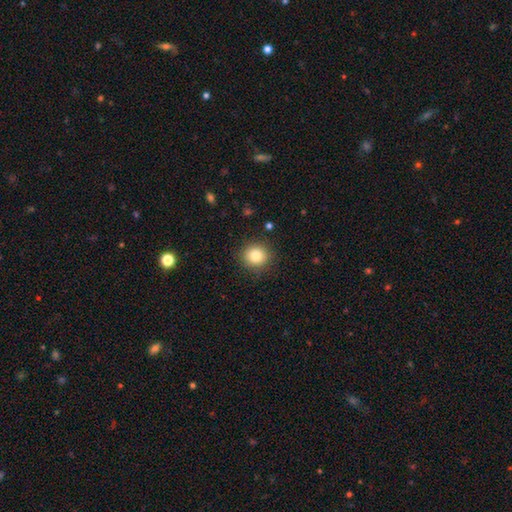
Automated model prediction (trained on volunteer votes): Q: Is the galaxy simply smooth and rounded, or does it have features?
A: smooth — 81%.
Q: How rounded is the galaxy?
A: round — 87%.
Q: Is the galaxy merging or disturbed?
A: none — 89%.